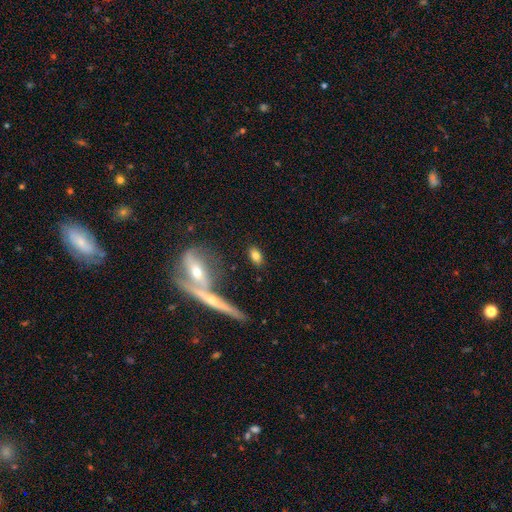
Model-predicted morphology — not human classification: A smooth galaxy with no disk features (76%) that is in between round and cigar-shaped (81%). Merging: none (78%).